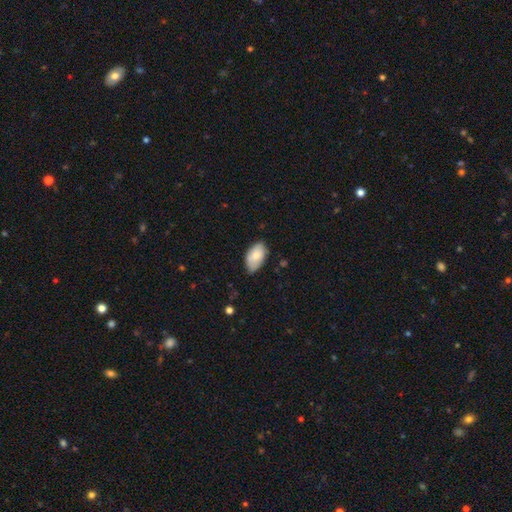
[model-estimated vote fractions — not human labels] Smooth or featured? Predicted: smooth (p=0.79). How rounded? Predicted: in between (p=0.95). Merging? Predicted: none (p=0.68).